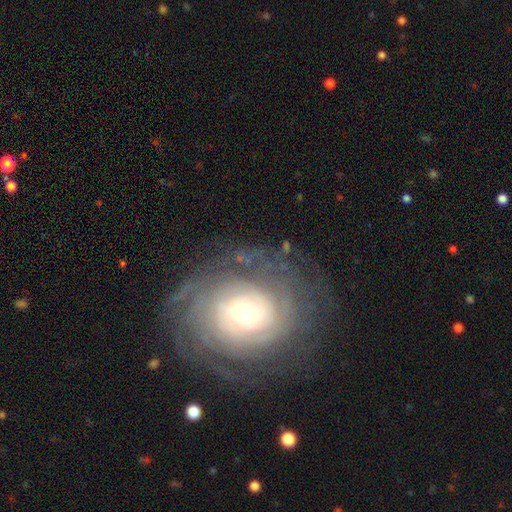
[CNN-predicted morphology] Smooth or featured?
  - featured or disk: 76% *
  - smooth: 14%
  - star or artifact: 10%
Edge-on disk?
  - no: 96% *
  - yes: 4%
Bar?
  - no: 52% *
  - weak: 34%
  - strong: 15%
Spiral arms?
  - yes: 90% *
  - no: 10%
Spiral winding?
  - tight: 76% *
  - medium: 18%
  - loose: 6%
Spiral arm count?
  - can't tell: 42% *
  - 2: 19%
  - 3: 12%
  - more than 4: 11%
  - 4: 10%
  - 1: 7%
Bulge size?
  - moderate: 50% *
  - small: 37%
  - large: 10%
  - dominant: 2%
  - none: 1%
Merging?
  - none: 79% *
  - minor disturbance: 12%
  - major disturbance: 7%
  - merger: 1%